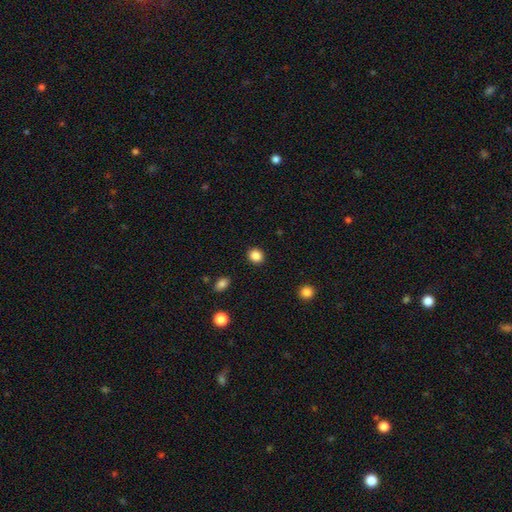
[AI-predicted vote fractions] Morphology: type=smooth (87%); roundness=round (71%); merging=none (91%).